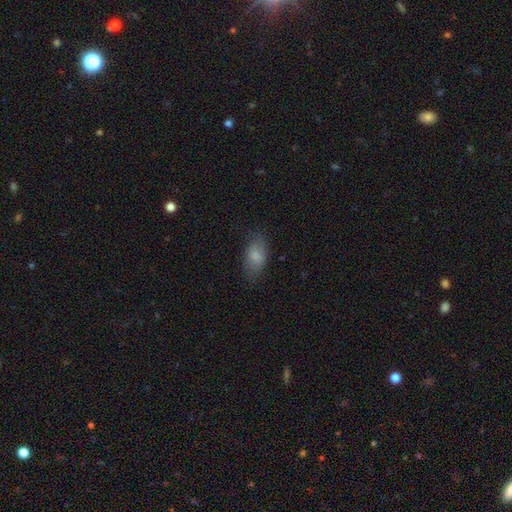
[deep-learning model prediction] A smooth galaxy with no disk features (79%) that is in between round and cigar-shaped (90%).

Vote fractions:
- Smooth or featured? smooth: 79% / featured or disk: 14% / star or artifact: 7%
- How rounded? in between: 90% / round: 5% / cigar-shaped: 5%
- Merging? none: 75% / minor disturbance: 18% / major disturbance: 6% / merger: 1%